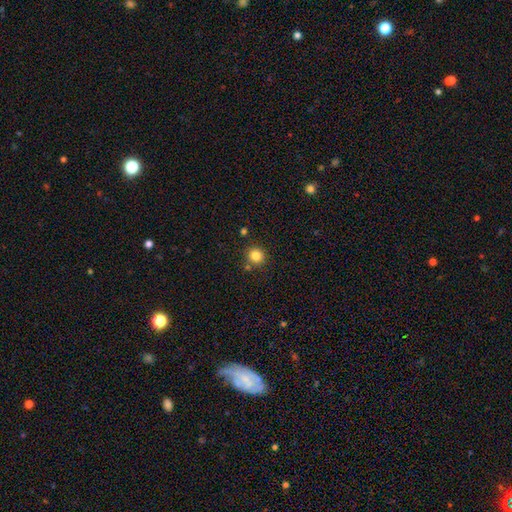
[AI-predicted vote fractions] This appears to be a smooth galaxy with no disk features (83%) that is round (92%). Merging: none (82%).